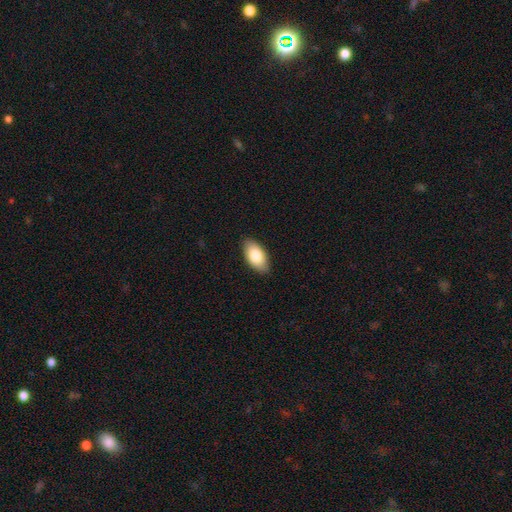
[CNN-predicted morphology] Smooth or featured? Predicted: smooth (p=0.81). How rounded? Predicted: in between (p=0.95). Merging? Predicted: none (p=0.87).